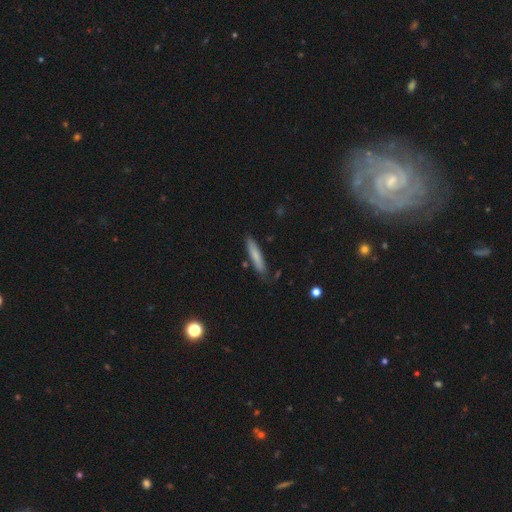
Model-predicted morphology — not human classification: Overall: smooth (76%). How rounded: cigar-shaped (89%). Merging: none (78%).